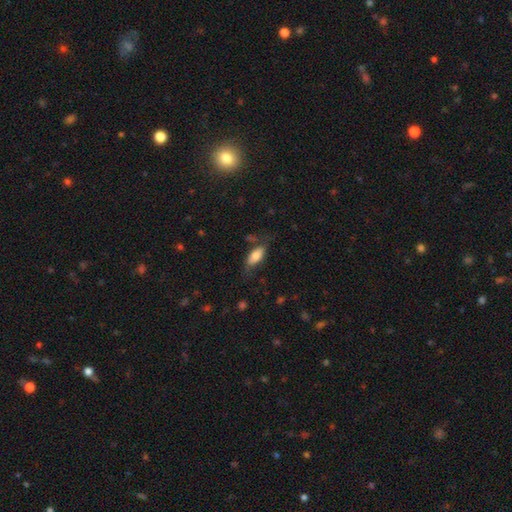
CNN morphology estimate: smooth-or-featured: smooth: 73% | featured or disk: 20% | star or artifact: 7%
  how-rounded: in between: 81% | cigar-shaped: 16% | round: 3%
  merging: none: 63% | minor disturbance: 24% | major disturbance: 10% | merger: 3%